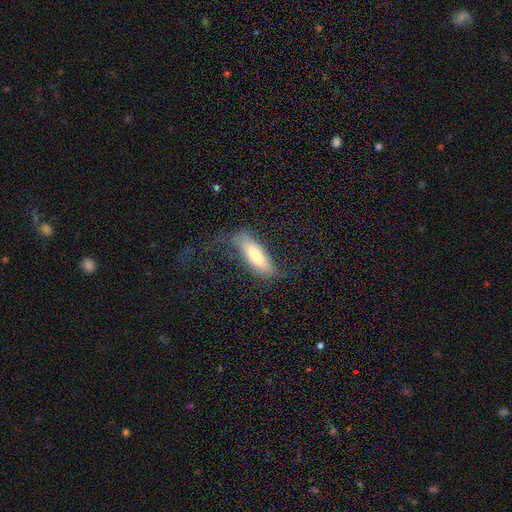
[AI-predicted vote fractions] Smooth or featured? smooth (61%)
How rounded? in between (52%)
Merging? none (53%)